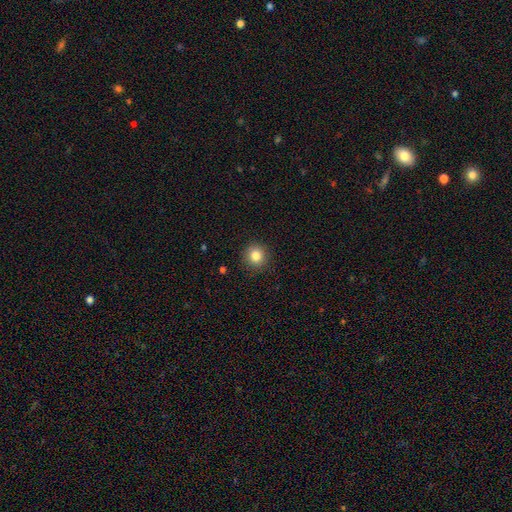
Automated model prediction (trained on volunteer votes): Morphology: type=smooth (83%); roundness=round (93%); merging=none (91%).